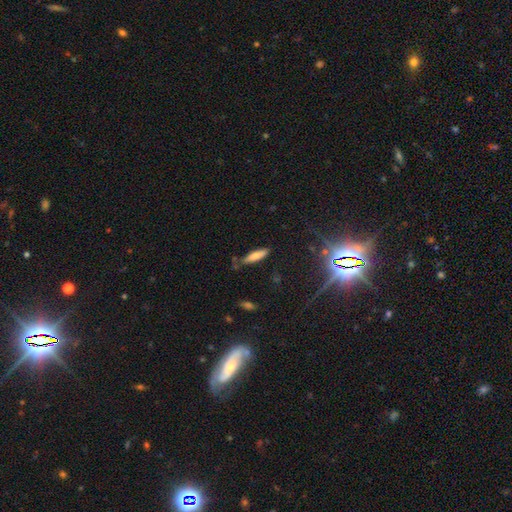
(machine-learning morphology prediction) smooth-or-featured: smooth: 72% | featured or disk: 19% | star or artifact: 9%
  how-rounded: cigar-shaped: 67% | in between: 31% | round: 2%
  merging: none: 72% | minor disturbance: 19% | merger: 5% | major disturbance: 4%